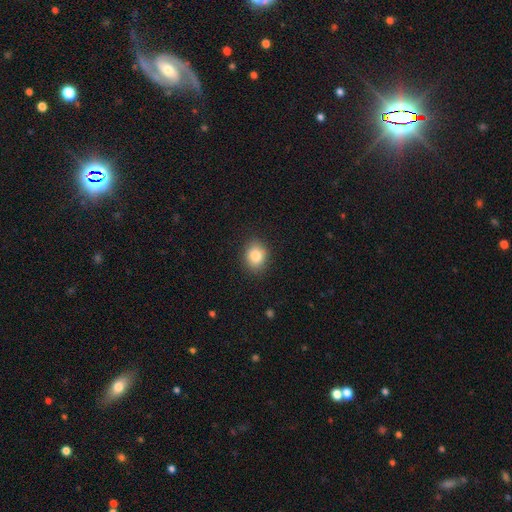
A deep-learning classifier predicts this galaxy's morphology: Smooth or featured? smooth (83%)
How rounded? round (52%)
Merging? none (87%)